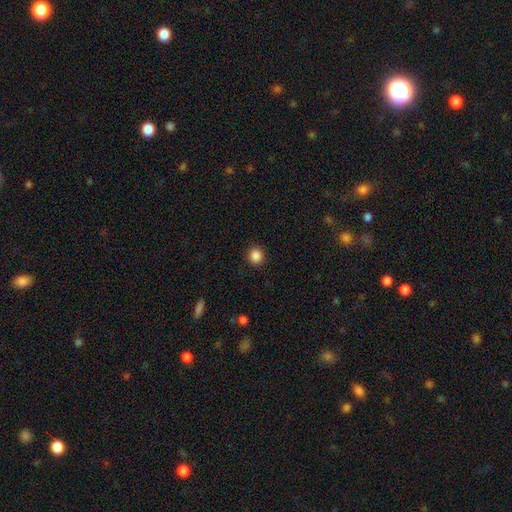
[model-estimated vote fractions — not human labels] smooth_or_featured: smooth (p=0.87) [alt: star or artifact p=0.10]
how_rounded: round (p=0.87) [alt: in between p=0.12]
merging: none (p=0.91) [alt: minor disturbance p=0.06]